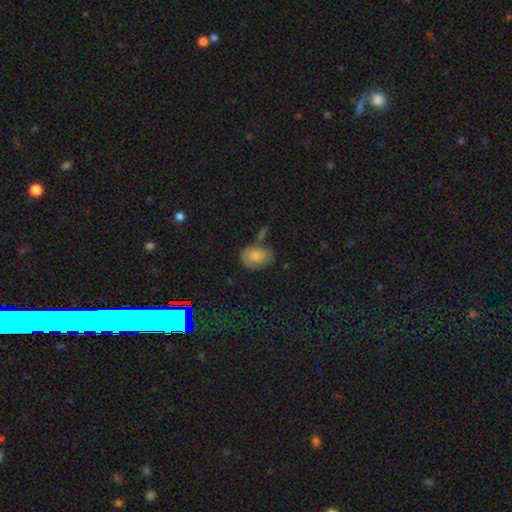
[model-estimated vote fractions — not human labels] Smooth or featured: smooth — 79% (featured or disk — 12%)
How rounded: in between — 73% (round — 26%)
Merging: none — 56% (minor disturbance — 25%)